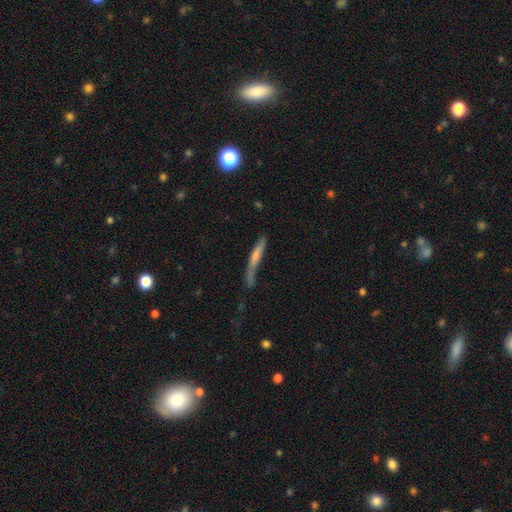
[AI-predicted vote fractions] A featured or disk galaxy (55%) viewed edge-on (80%).

Vote fractions:
- Smooth or featured? featured or disk: 55% / smooth: 28% / star or artifact: 18%
- Edge-on disk? yes: 80% / no: 20%
- Merging? none: 65% / minor disturbance: 20% / major disturbance: 10% / merger: 5%